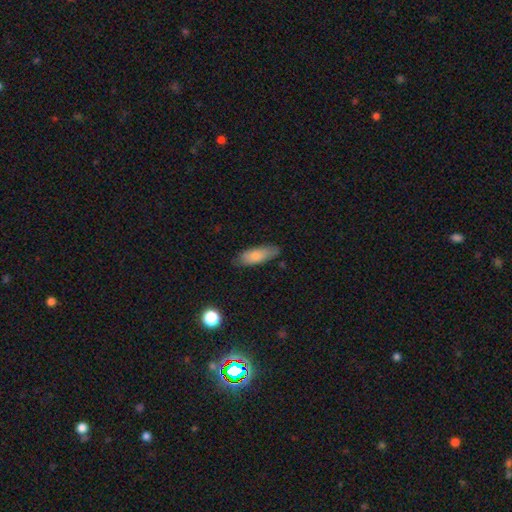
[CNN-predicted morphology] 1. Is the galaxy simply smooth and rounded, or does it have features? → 81% smooth, 13% featured or disk, 6% star or artifact.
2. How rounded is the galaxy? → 69% in between, 29% cigar-shaped, 2% round.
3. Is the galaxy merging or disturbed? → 77% none, 18% minor disturbance, 3% major disturbance, 1% merger.